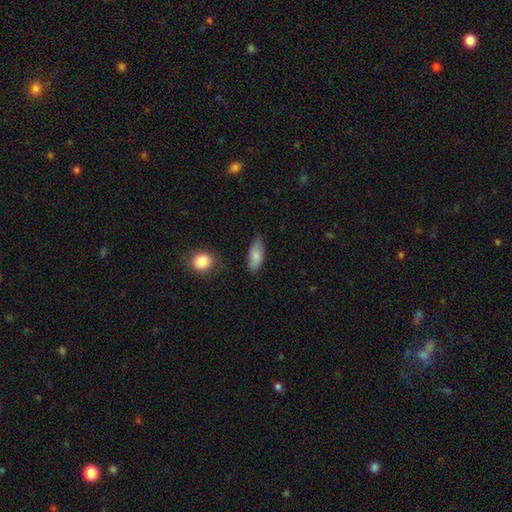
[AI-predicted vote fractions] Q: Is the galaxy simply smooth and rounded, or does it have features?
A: smooth — 80%.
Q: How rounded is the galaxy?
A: in between — 83%.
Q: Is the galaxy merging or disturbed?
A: none — 74%.